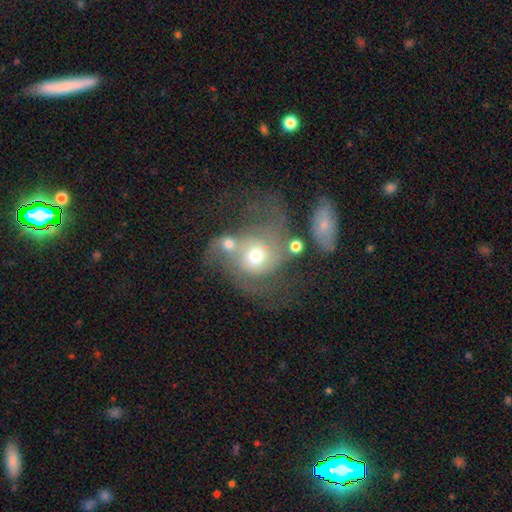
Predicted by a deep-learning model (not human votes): Smooth or featured: featured or disk — 64% (smooth — 27%)
Edge-on disk: no — 97% (yes — 3%)
Bar: no — 76% (weak — 20%)
Spiral arms: yes — 78% (no — 22%)
Bulge size: moderate — 62% (small — 25%)
Merging: merger — 46% (major disturbance — 22%)